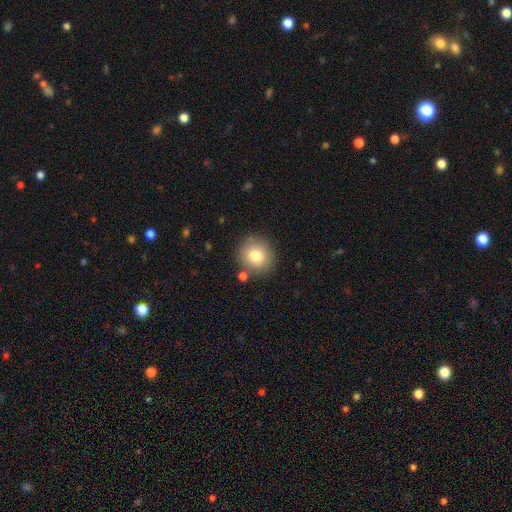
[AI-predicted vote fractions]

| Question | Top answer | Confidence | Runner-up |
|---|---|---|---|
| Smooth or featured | smooth | 80% | featured or disk (10%) |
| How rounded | round | 90% | in between (9%) |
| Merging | none | 83% | minor disturbance (9%) |